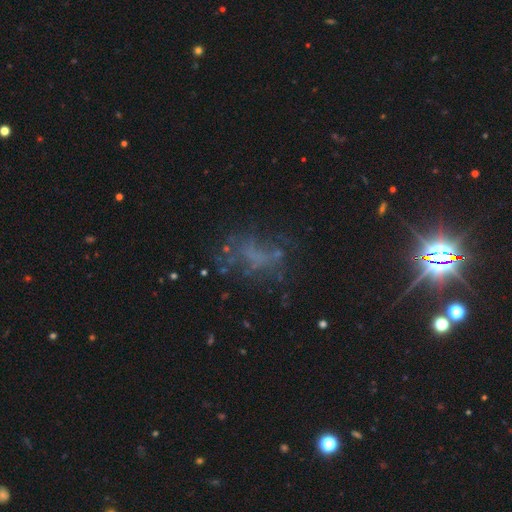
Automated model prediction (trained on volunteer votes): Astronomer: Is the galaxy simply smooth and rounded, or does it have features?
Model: featured or disk — 43% (runner-up: star or artifact, 32%).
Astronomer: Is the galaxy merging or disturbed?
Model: none — 47% (runner-up: major disturbance, 30%).